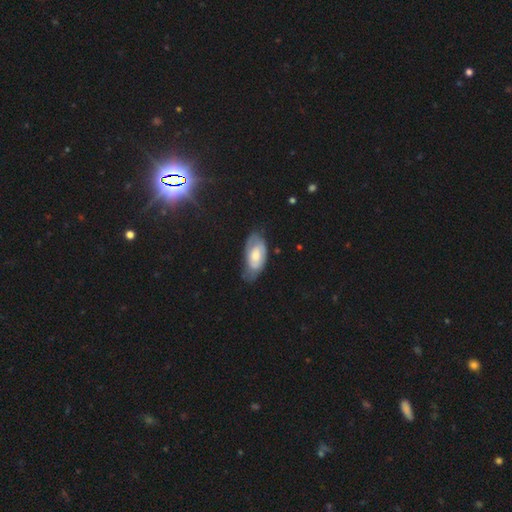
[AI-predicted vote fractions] smooth_or_featured: featured or disk (p=0.49) [alt: smooth p=0.45]
merging: none (p=0.54) [alt: minor disturbance p=0.33]